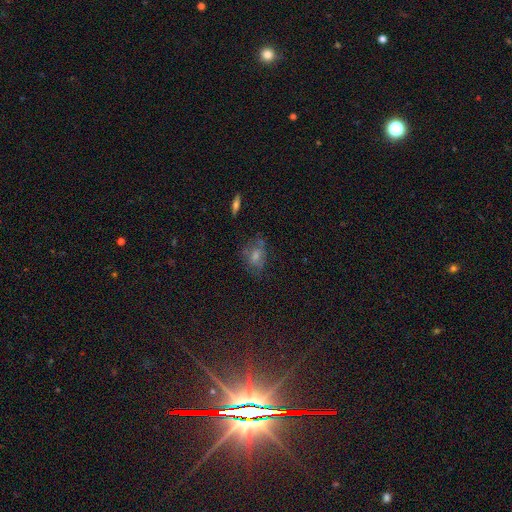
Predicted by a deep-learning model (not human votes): star or artifact 38%, smooth 34%, featured or disk 28%.